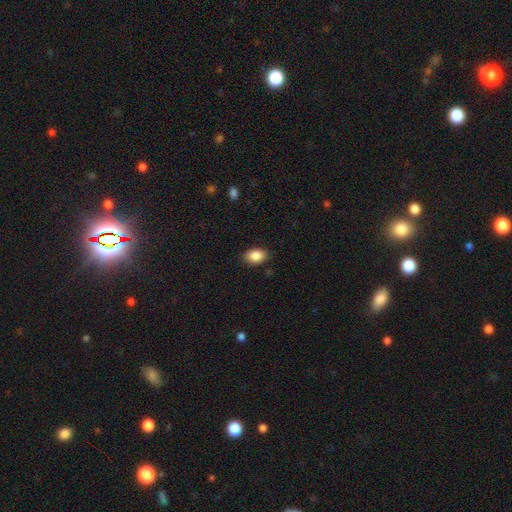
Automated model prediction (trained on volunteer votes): This appears to be a smooth galaxy with no disk features (88%) that is in between round and cigar-shaped (84%). Merging: none (87%).